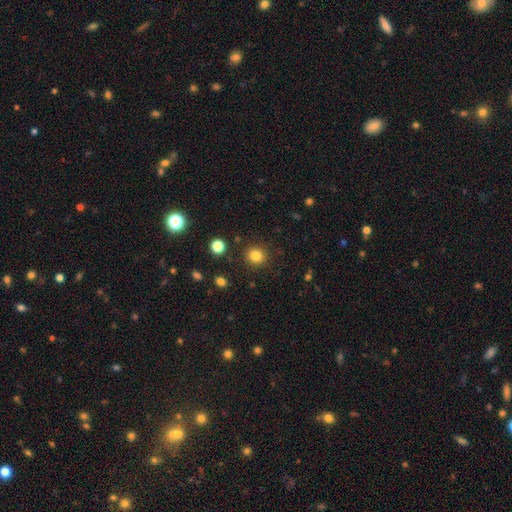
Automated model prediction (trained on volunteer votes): This is clearly a smooth galaxy (82%). How rounded: clearly round (90%). Merging: clearly none (90%).